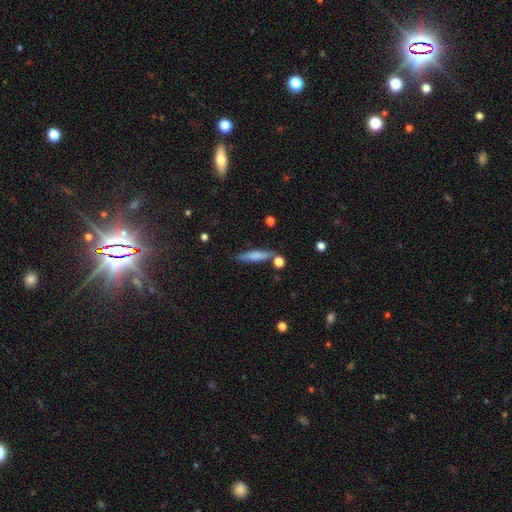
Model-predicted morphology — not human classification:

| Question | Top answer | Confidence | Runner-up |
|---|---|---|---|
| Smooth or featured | smooth | 62% | featured or disk (31%) |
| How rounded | cigar-shaped | 82% | in between (15%) |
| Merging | none | 78% | minor disturbance (12%) |